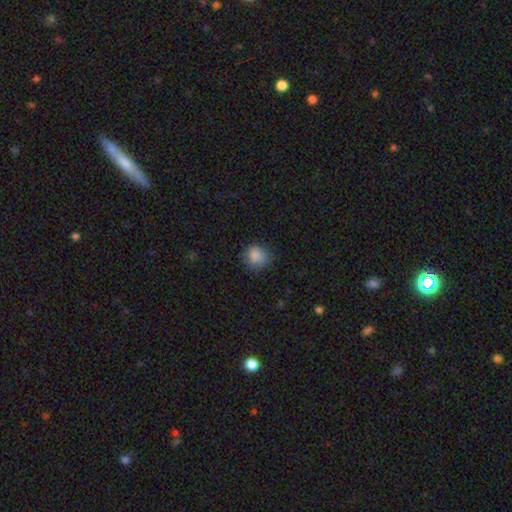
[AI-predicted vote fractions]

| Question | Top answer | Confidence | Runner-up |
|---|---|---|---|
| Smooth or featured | smooth | 87% | star or artifact (9%) |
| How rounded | round | 80% | in between (19%) |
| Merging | none | 77% | minor disturbance (17%) |